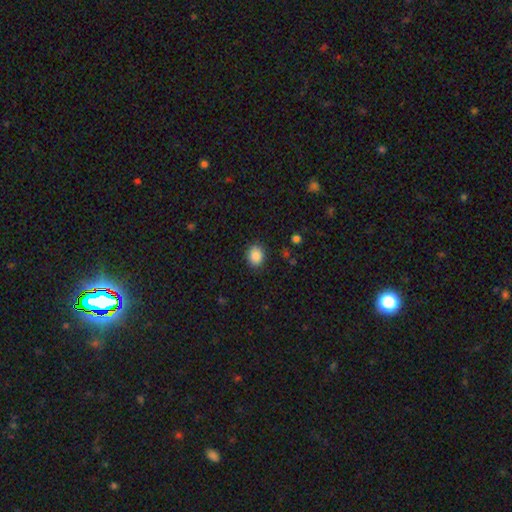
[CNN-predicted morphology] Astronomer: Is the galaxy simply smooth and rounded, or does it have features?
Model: smooth — 88%.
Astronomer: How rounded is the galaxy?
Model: round — 50% (runner-up: in between, 49%).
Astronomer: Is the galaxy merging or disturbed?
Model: none — 88%.